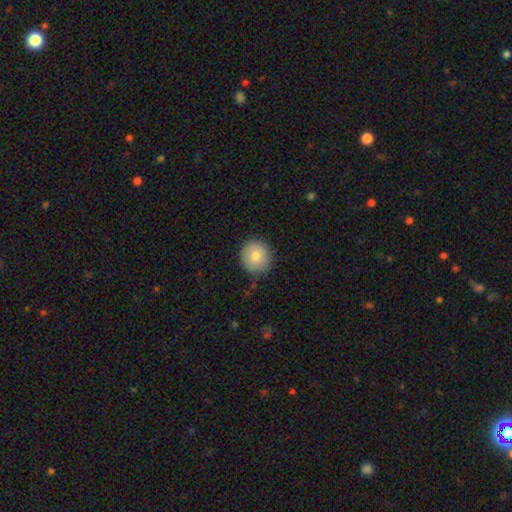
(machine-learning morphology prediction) A smooth galaxy with no disk features (79%) that is round (91%). Merging: none (87%).